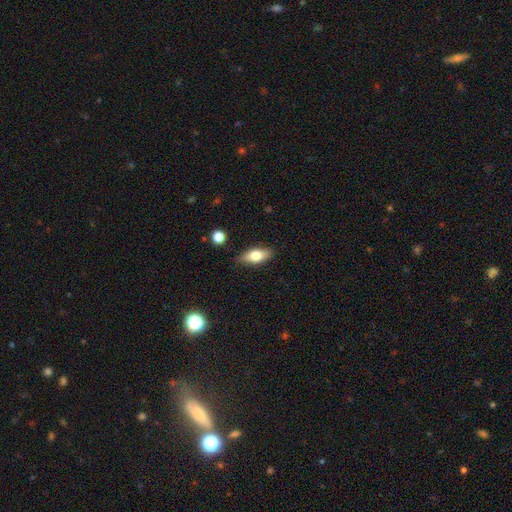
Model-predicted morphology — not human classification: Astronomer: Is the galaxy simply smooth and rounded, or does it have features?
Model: smooth — 70%.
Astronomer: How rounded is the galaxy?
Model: in between — 80%.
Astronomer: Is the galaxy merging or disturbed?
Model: none — 83%.